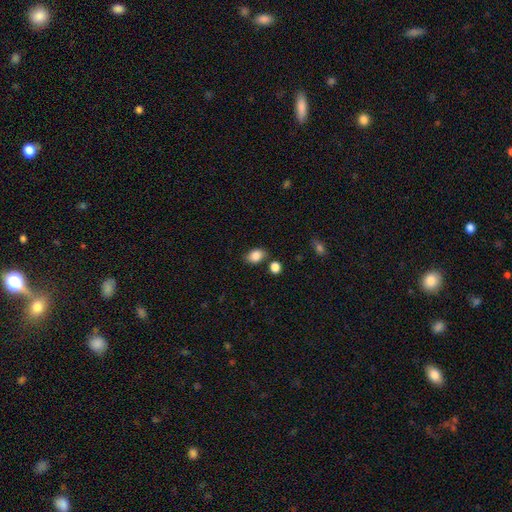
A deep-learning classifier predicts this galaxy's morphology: A smooth galaxy with no disk features (85%) that is in between round and cigar-shaped (79%).

Vote fractions:
- Smooth or featured? smooth: 85% / star or artifact: 9% / featured or disk: 6%
- How rounded? in between: 79% / round: 20% / cigar-shaped: 1%
- Merging? none: 76% / minor disturbance: 14% / merger: 7% / major disturbance: 4%